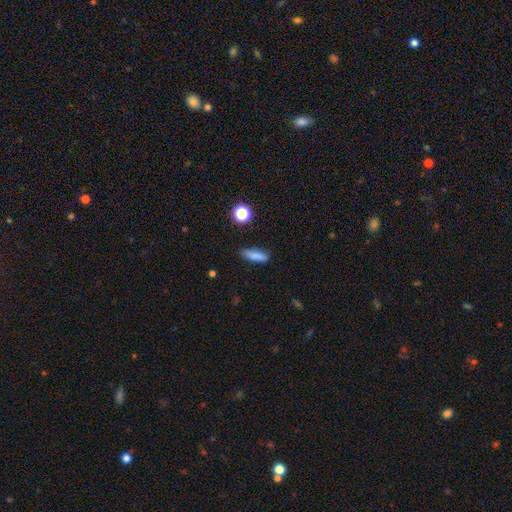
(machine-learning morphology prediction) Overall: smooth (82%). How rounded: cigar-shaped (59%; in between 37%). Merging: none (83%).